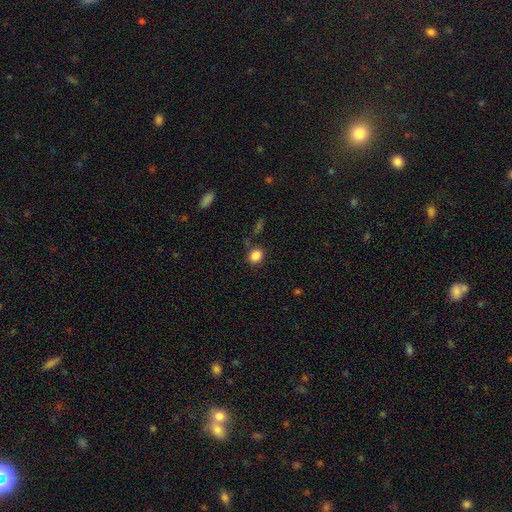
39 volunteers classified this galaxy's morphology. Overall: smooth (87%). How rounded: round (68%; in between 32%). Merging: none (86%).